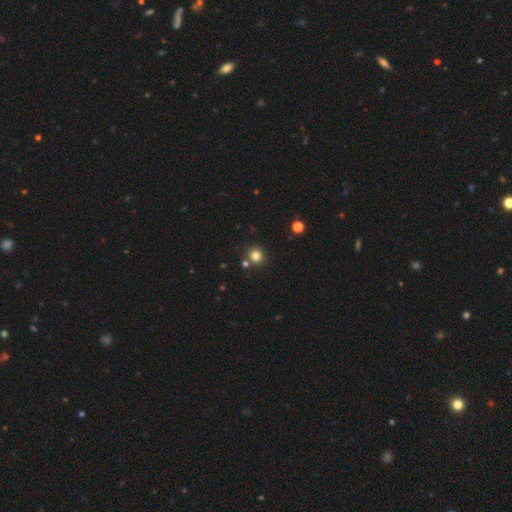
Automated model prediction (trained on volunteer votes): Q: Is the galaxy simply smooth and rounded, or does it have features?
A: smooth — 80%.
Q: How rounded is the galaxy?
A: round — 92%.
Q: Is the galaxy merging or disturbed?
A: none — 81%.